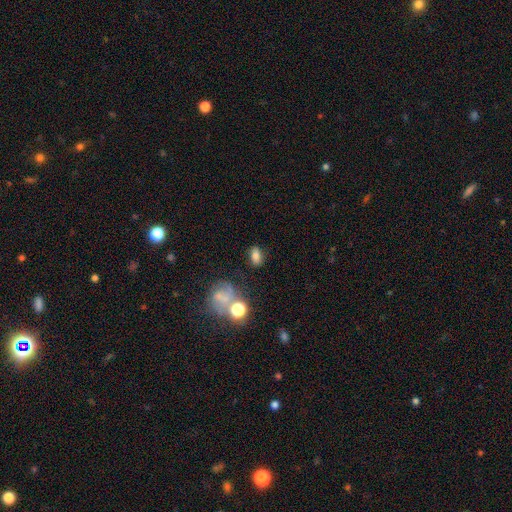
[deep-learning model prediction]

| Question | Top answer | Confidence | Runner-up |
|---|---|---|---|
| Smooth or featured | smooth | 73% | featured or disk (13%) |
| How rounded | in between | 82% | round (14%) |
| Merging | none | 76% | minor disturbance (14%) |